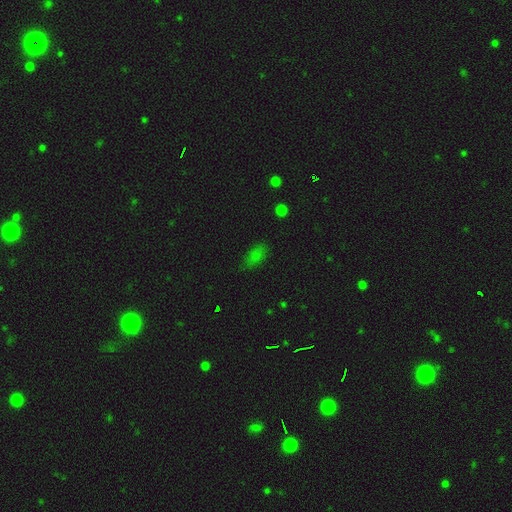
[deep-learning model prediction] Smooth or featured: smooth — 74% (star or artifact — 18%)
How rounded: in between — 87% (round — 7%)
Merging: none — 71% (minor disturbance — 21%)